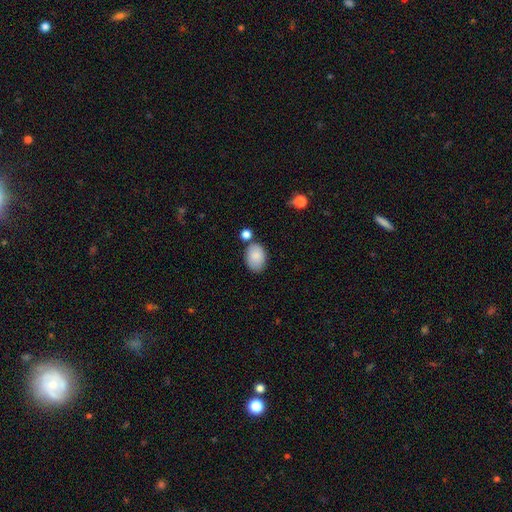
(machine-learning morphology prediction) A smooth galaxy with no disk features (85%) that is in between round and cigar-shaped (85%).

Vote fractions:
- Smooth or featured? smooth: 85% / featured or disk: 8% / star or artifact: 7%
- How rounded? in between: 85% / round: 14% / cigar-shaped: 1%
- Merging? none: 69% / minor disturbance: 16% / merger: 10% / major disturbance: 4%